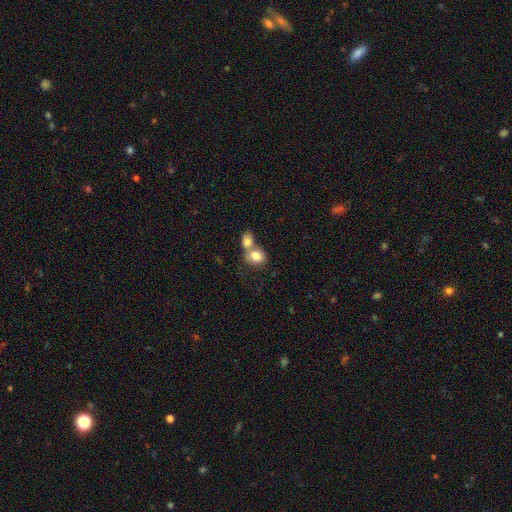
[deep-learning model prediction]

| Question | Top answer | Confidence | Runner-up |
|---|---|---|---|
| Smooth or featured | smooth | 80% | featured or disk (12%) |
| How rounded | round | 50% | in between (49%) |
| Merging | merger | 60% | none (29%) |